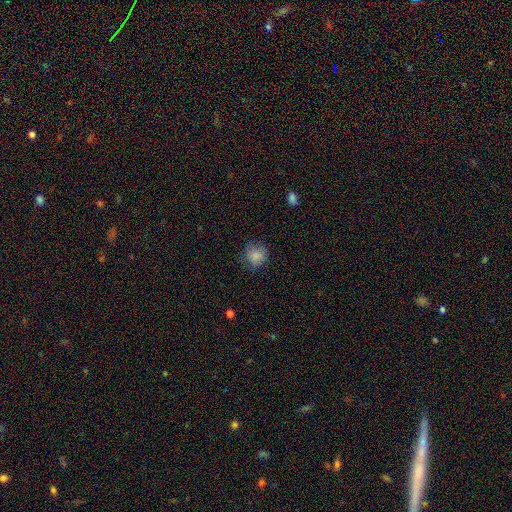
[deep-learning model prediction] A smooth galaxy with no disk features (84%) that is round (87%).

Vote fractions:
- Smooth or featured? smooth: 84% / star or artifact: 10% / featured or disk: 7%
- How rounded? round: 87% / in between: 12% / cigar-shaped: 1%
- Merging? none: 76% / minor disturbance: 18% / major disturbance: 5% / merger: 1%